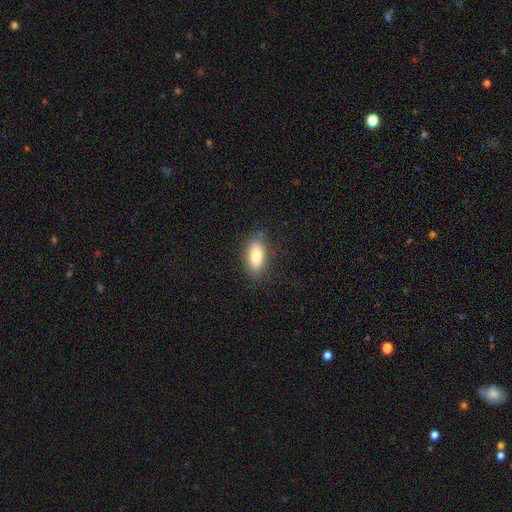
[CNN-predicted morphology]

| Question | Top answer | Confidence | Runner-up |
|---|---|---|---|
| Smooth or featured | smooth | 76% | featured or disk (16%) |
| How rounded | in between | 86% | cigar-shaped (9%) |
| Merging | none | 82% | minor disturbance (13%) |